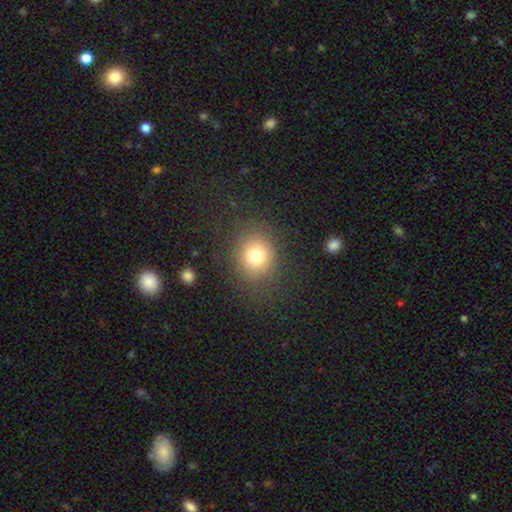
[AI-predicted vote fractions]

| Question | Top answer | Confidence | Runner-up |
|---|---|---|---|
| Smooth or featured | smooth | 76% | star or artifact (15%) |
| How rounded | round | 73% | in between (26%) |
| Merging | none | 81% | minor disturbance (10%) |